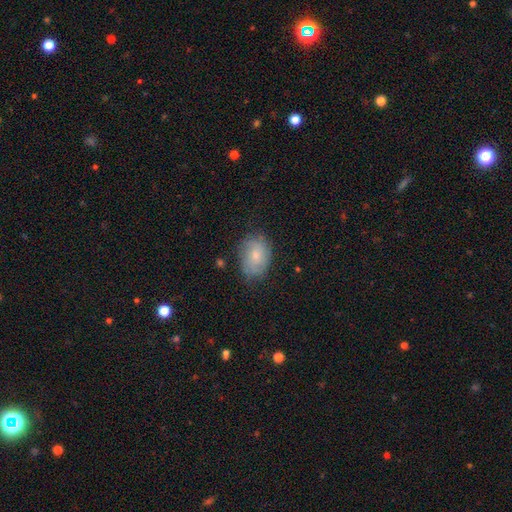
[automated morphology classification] This is likely a smooth galaxy (65%). How rounded: likely in between (76%). Merging: likely none (70%).